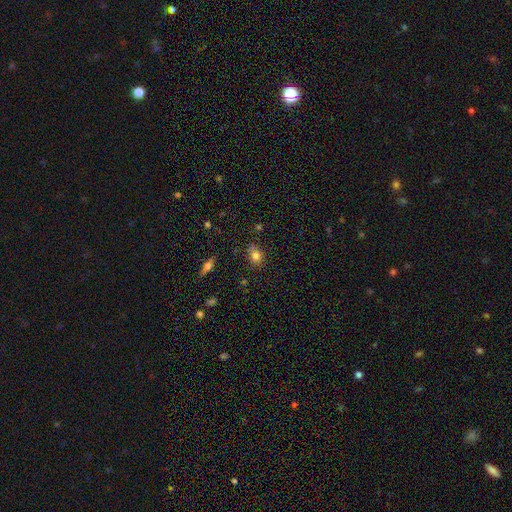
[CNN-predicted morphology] type=smooth (77%); roundness=round (63%); merging=none (68%).